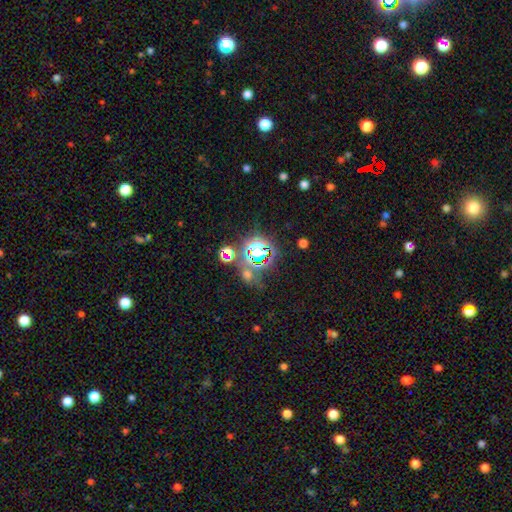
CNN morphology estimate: This appears to be a star or artifact, not a galaxy (74%).